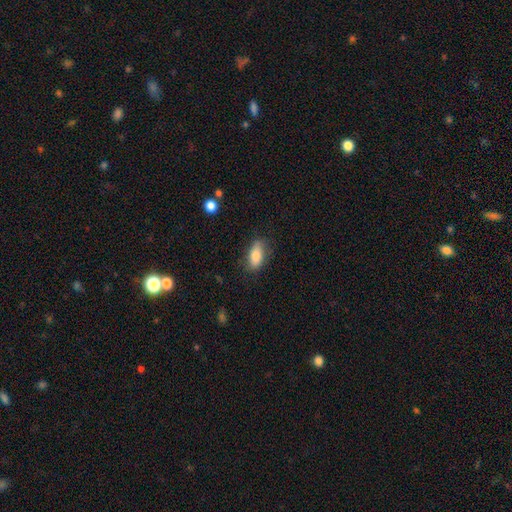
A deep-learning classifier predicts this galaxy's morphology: smooth 82%, featured or disk 11%, star or artifact 7%. Down the decision tree: how rounded — in between (86%); merging — none (76%).